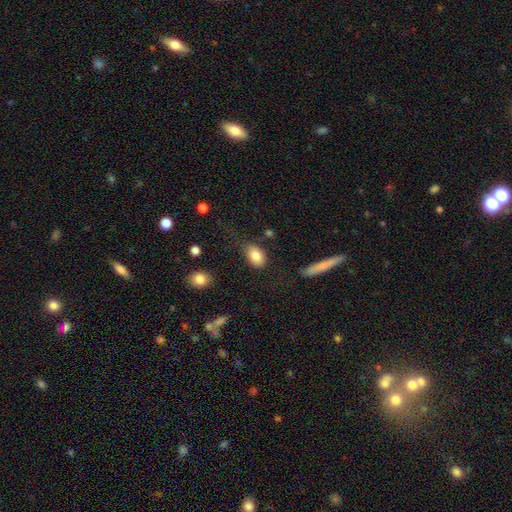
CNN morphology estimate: Q: Smooth or featured?
A: smooth (83%); runner-up: featured or disk (9%)
Q: How rounded?
A: in between (84%); runner-up: round (14%)
Q: Merging?
A: none (69%); runner-up: minor disturbance (20%)